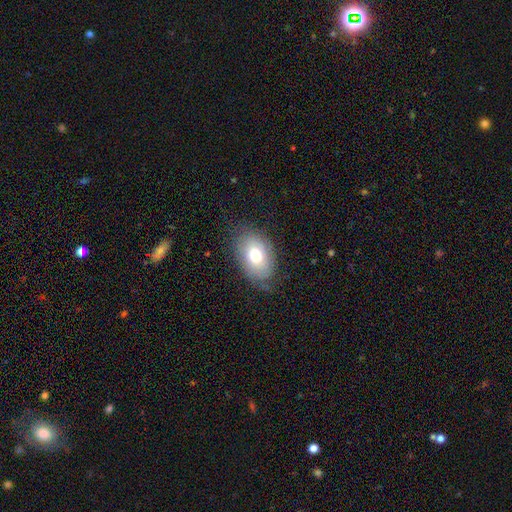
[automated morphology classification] smooth 67%, featured or disk 24%, star or artifact 8%. Down the decision tree: how rounded — in between (86%); merging — none (70%).